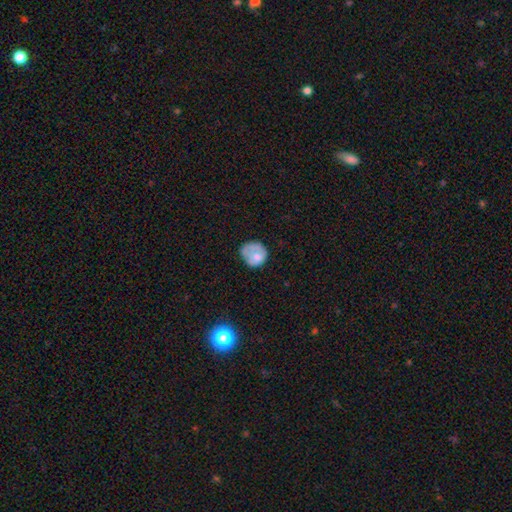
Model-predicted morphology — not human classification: Smooth or featured? Predicted: smooth (p=0.68). How rounded? Predicted: round (p=0.73). Merging? Predicted: none (p=0.43).